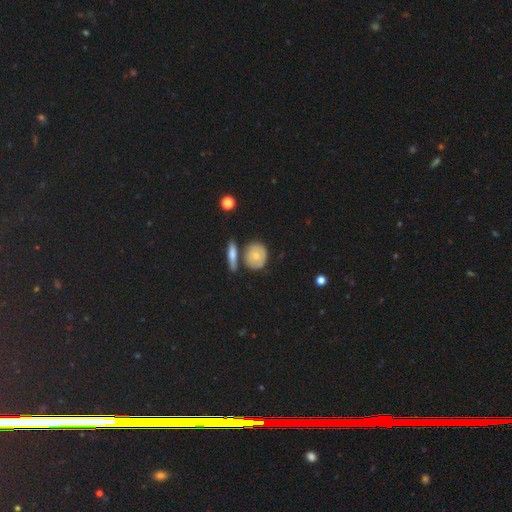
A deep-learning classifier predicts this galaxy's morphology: smooth_or_featured: smooth (p=0.59) [alt: featured or disk p=0.34]
how_rounded: round (p=0.76) [alt: in between p=0.21]
merging: none (p=0.71) [alt: minor disturbance p=0.14]